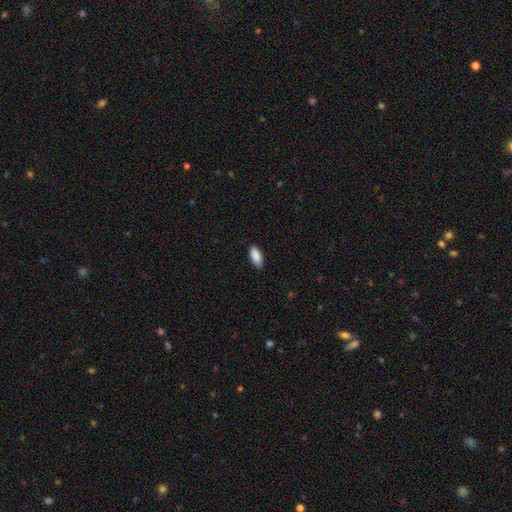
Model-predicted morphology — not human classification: This is clearly a smooth galaxy (89%). How rounded: clearly in between (84%). Merging: clearly none (85%).